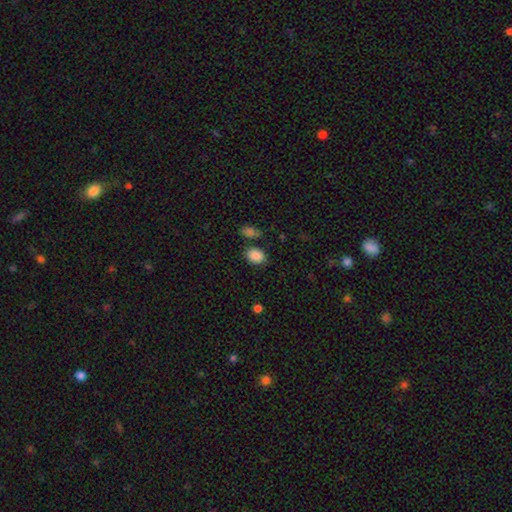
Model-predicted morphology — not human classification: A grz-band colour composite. It shows a smooth galaxy with no disk features (87%) that is in between round and cigar-shaped (65%). Merging: none (74%).